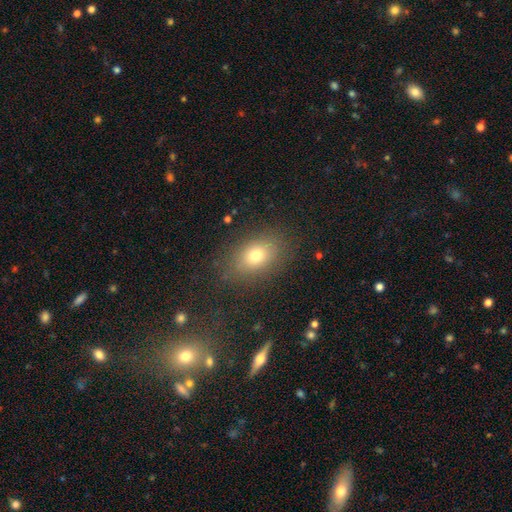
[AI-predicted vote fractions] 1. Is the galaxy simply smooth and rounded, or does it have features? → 72% smooth, 14% star or artifact, 14% featured or disk.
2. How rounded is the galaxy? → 77% in between, 21% round, 2% cigar-shaped.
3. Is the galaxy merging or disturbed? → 82% none, 12% minor disturbance, 5% major disturbance, 2% merger.